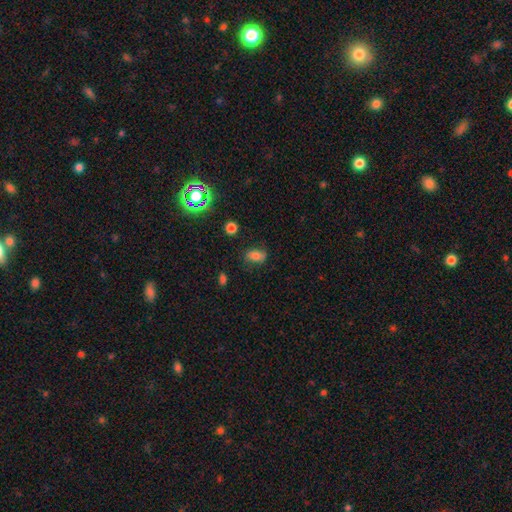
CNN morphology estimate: Q: Smooth or featured?
A: smooth (71%); runner-up: featured or disk (16%)
Q: How rounded?
A: in between (81%); runner-up: round (16%)
Q: Merging?
A: none (72%); runner-up: minor disturbance (20%)